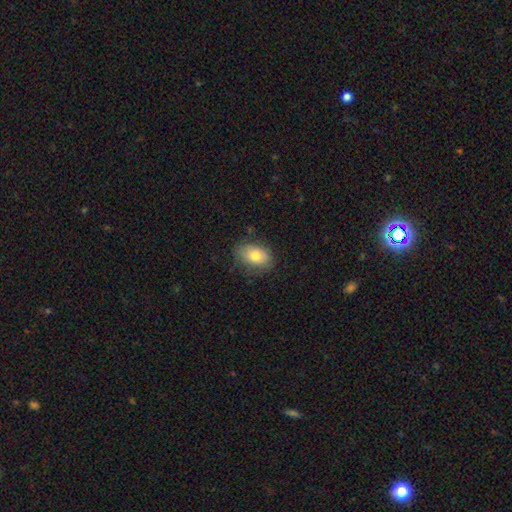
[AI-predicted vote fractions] This is likely a smooth galaxy (78%). How rounded: clearly in between (82%). Merging: likely none (75%).